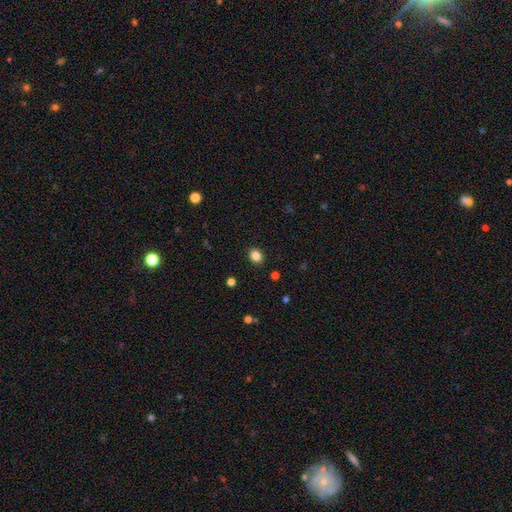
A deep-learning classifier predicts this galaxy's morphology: Smooth or featured?
  - smooth: 85% *
  - star or artifact: 11%
  - featured or disk: 4%
How rounded?
  - round: 60% *
  - in between: 39%
  - cigar-shaped: 1%
Merging?
  - none: 90% *
  - minor disturbance: 7%
  - major disturbance: 2%
  - merger: 1%